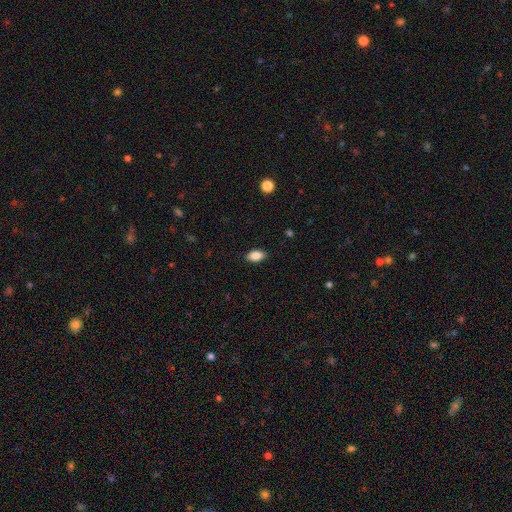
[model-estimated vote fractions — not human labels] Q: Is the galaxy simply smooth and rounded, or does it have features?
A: smooth — 86%.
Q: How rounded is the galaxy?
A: in between — 90%.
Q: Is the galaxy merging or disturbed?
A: none — 88%.